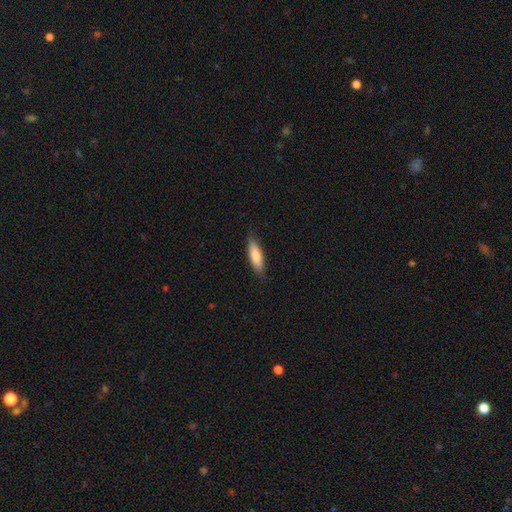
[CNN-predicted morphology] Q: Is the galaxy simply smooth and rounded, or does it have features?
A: smooth — 79%.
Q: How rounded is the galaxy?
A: cigar-shaped — 59%.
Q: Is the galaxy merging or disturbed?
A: none — 85%.